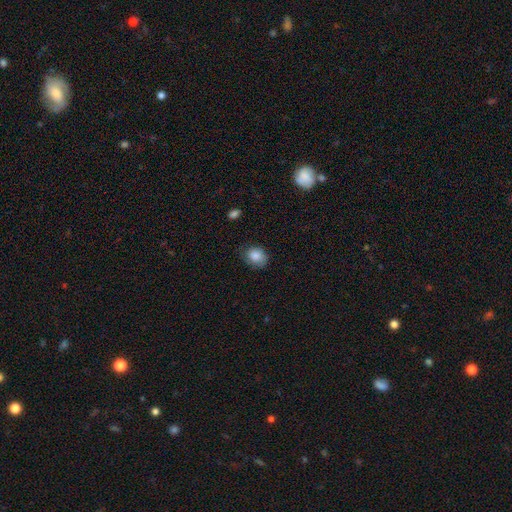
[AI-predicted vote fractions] Smooth or featured? Predicted: smooth (p=0.85). How rounded? Predicted: round (p=0.57). Merging? Predicted: none (p=0.70).